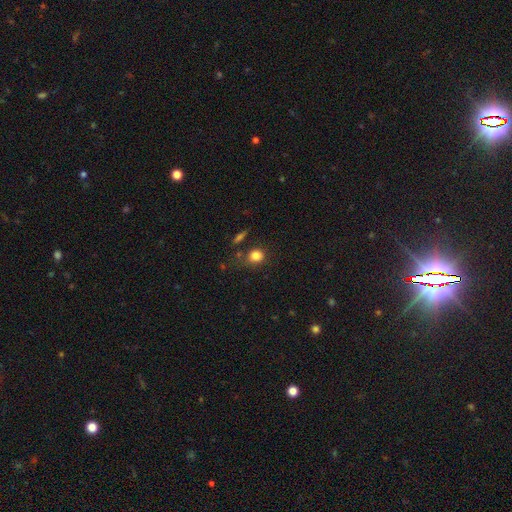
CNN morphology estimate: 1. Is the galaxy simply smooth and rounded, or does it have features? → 82% smooth, 11% star or artifact, 7% featured or disk.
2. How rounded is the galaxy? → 69% round, 30% in between, 2% cigar-shaped.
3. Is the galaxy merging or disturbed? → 67% none, 19% minor disturbance, 7% major disturbance, 7% merger.